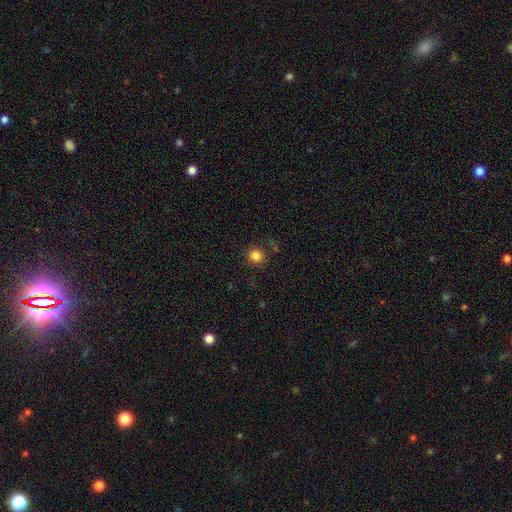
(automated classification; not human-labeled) smooth_or_featured: smooth (p=0.83) [alt: star or artifact p=0.12]
how_rounded: round (p=0.91) [alt: in between p=0.08]
merging: none (p=0.85) [alt: minor disturbance p=0.09]